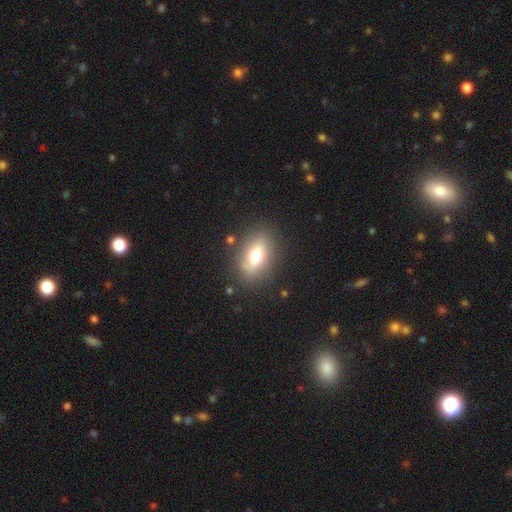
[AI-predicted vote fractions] This appears to be a smooth galaxy with no disk features (66%) that is in between round and cigar-shaped (80%). Merging: none (80%).